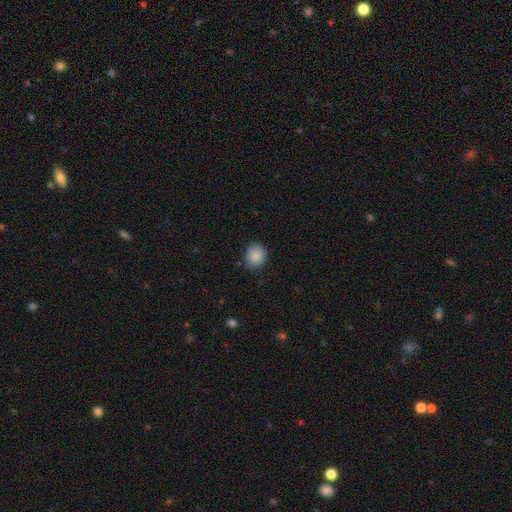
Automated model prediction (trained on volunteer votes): smooth 88%, star or artifact 9%, featured or disk 4%. Down the decision tree: how rounded — round (74%); merging — none (82%).